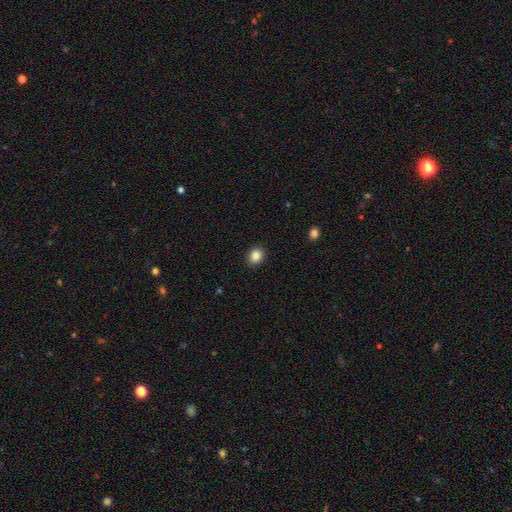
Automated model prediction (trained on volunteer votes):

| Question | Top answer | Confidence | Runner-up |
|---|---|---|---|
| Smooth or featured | smooth | 86% | star or artifact (10%) |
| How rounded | round | 70% | in between (29%) |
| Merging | none | 91% | minor disturbance (7%) |